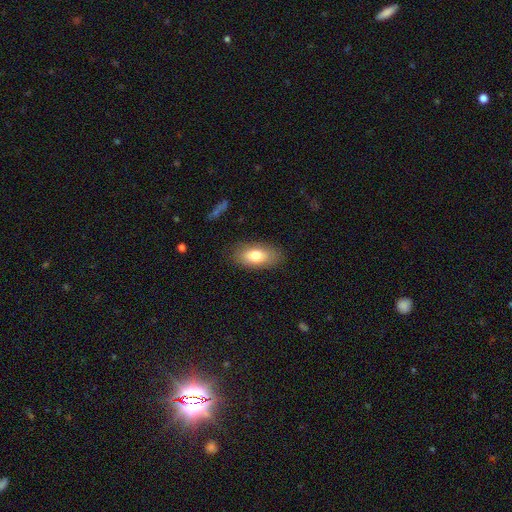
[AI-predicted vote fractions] smooth_or_featured: smooth (p=0.74) [alt: featured or disk p=0.19]
how_rounded: in between (p=0.89) [alt: cigar-shaped p=0.06]
merging: none (p=0.83) [alt: minor disturbance p=0.13]